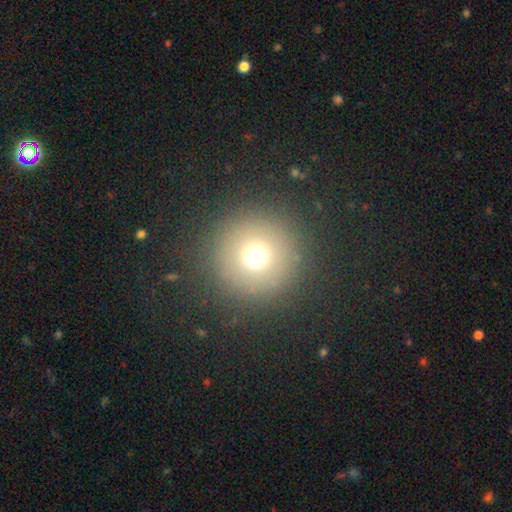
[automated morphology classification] smooth_or_featured: smooth (p=0.70) [alt: star or artifact p=0.19]
how_rounded: round (p=0.97) [alt: in between p=0.02]
merging: none (p=0.89) [alt: minor disturbance p=0.06]